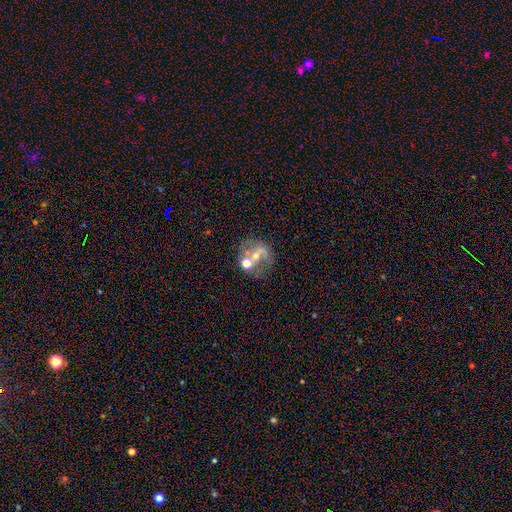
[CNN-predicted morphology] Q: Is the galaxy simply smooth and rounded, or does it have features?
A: featured or disk — 54%.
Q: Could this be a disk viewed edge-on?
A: no — 97%.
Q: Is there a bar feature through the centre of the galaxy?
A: no — 51%.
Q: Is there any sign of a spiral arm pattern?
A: no — 51%.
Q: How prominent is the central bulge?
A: moderate — 47%.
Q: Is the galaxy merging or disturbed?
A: none — 37%.